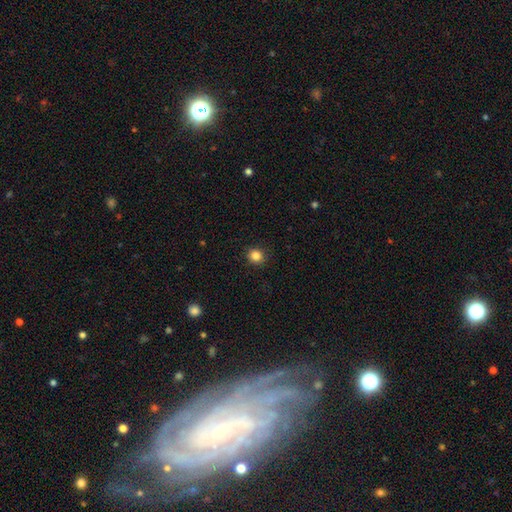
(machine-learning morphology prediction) Overall: smooth (85%). How rounded: round (87%). Merging: none (91%).